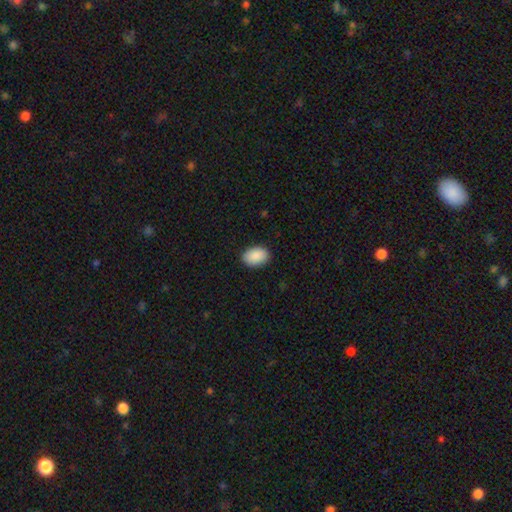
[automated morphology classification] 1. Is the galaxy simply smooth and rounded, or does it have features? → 90% smooth, 7% star or artifact, 3% featured or disk.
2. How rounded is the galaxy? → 85% in between, 14% round, 1% cigar-shaped.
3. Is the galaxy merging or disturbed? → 88% none, 9% minor disturbance, 2% major disturbance, 1% merger.